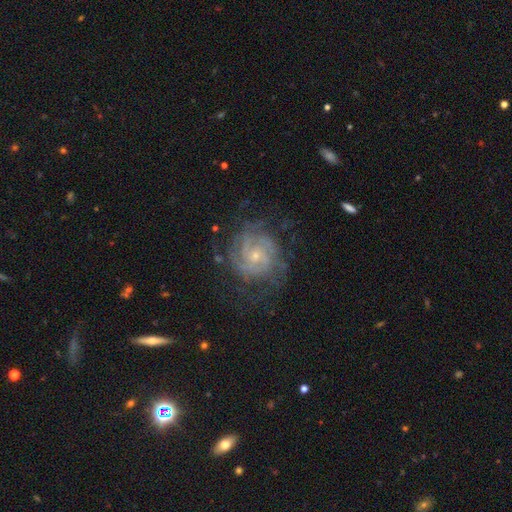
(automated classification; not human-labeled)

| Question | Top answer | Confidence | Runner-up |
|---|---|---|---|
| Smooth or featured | featured or disk | 84% | smooth (9%) |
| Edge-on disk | no | 98% | yes (2%) |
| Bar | no | 72% | weak (24%) |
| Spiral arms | yes | 95% | no (5%) |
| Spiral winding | tight | 67% | medium (27%) |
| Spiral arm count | can't tell | 31% | 2 (25%) |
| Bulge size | small | 74% | moderate (22%) |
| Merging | none | 70% | minor disturbance (18%) |